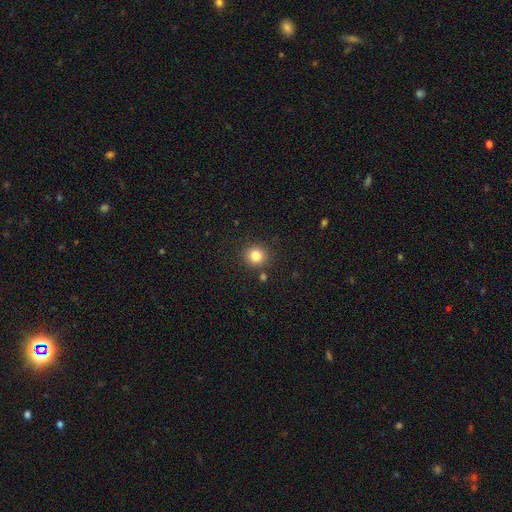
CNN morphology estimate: Q: Smooth or featured?
A: smooth (83%); runner-up: star or artifact (11%)
Q: How rounded?
A: round (91%); runner-up: in between (8%)
Q: Merging?
A: none (86%); runner-up: minor disturbance (7%)